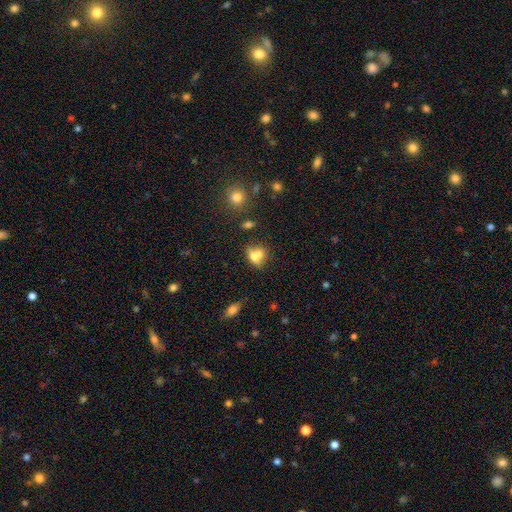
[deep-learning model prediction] Q: Smooth or featured?
A: smooth (65%); runner-up: featured or disk (22%)
Q: How rounded?
A: in between (51%); runner-up: round (45%)
Q: Merging?
A: merger (51%); runner-up: none (30%)